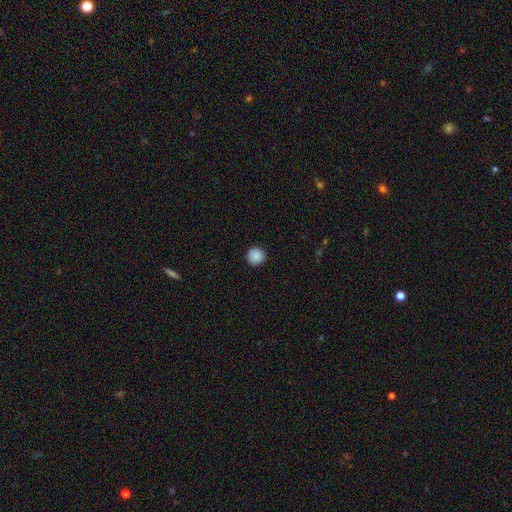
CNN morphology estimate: Smooth or featured: smooth — 88% (star or artifact — 9%)
How rounded: round — 95% (in between — 4%)
Merging: none — 91% (minor disturbance — 6%)